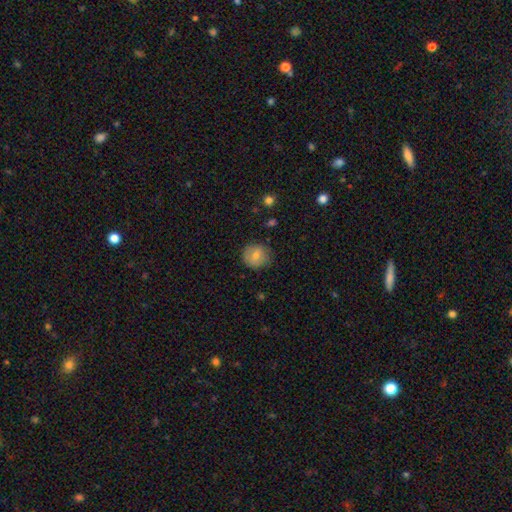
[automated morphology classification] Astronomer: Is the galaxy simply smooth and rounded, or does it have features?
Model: smooth — 75%.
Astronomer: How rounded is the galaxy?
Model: round — 87%.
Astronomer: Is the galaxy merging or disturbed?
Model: none — 80%.